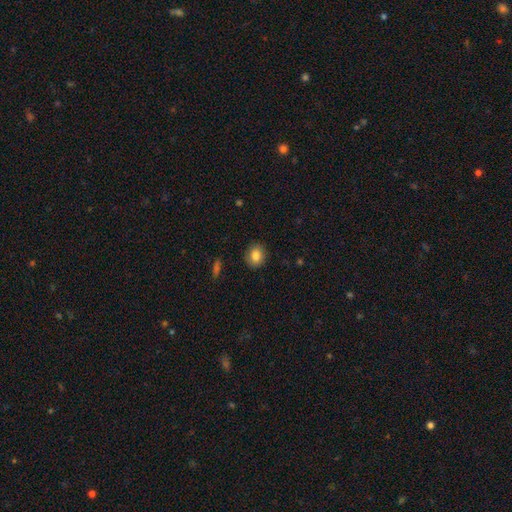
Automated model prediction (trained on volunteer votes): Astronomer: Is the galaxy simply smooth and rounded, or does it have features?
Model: smooth — 83%.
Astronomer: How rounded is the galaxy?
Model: round — 67%.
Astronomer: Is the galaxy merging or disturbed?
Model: none — 87%.